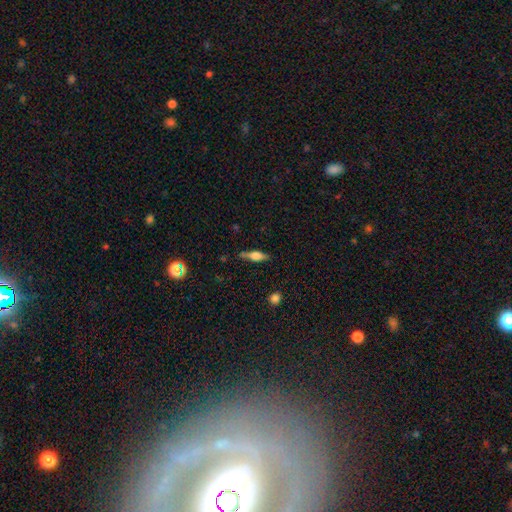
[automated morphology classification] Smooth or featured?
  - smooth: 47% *
  - featured or disk: 45%
  - star or artifact: 8%
Merging?
  - none: 76% *
  - minor disturbance: 17%
  - major disturbance: 4%
  - merger: 3%